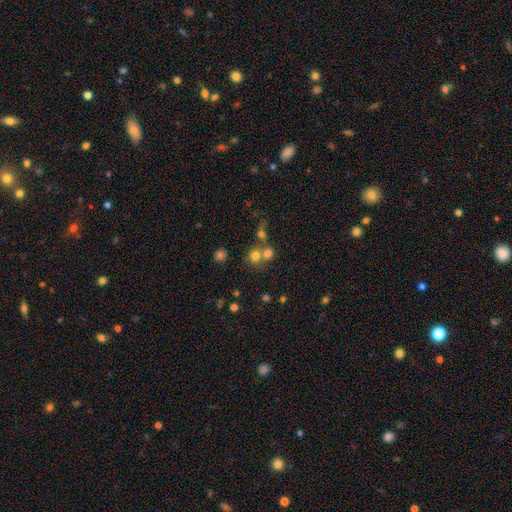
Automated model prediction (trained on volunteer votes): Smooth or featured? Predicted: smooth (p=0.71). How rounded? Predicted: round (p=0.84). Merging? Predicted: none (p=0.45).